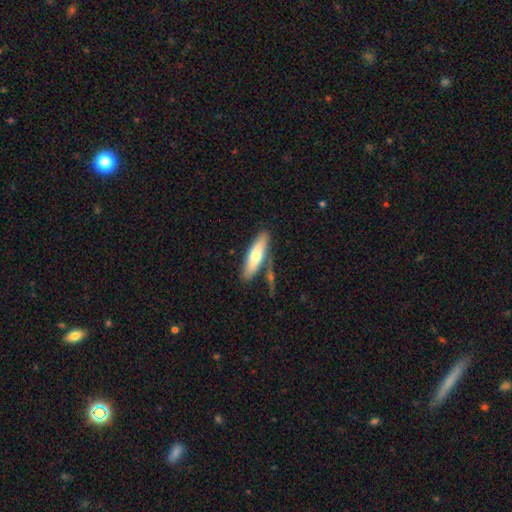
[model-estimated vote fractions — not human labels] A smooth galaxy with no disk features (66%) that is cigar-shaped (60%).

Vote fractions:
- Smooth or featured? smooth: 66% / featured or disk: 28% / star or artifact: 5%
- How rounded? cigar-shaped: 60% / in between: 38% / round: 2%
- Merging? none: 67% / minor disturbance: 15% / merger: 13% / major disturbance: 5%